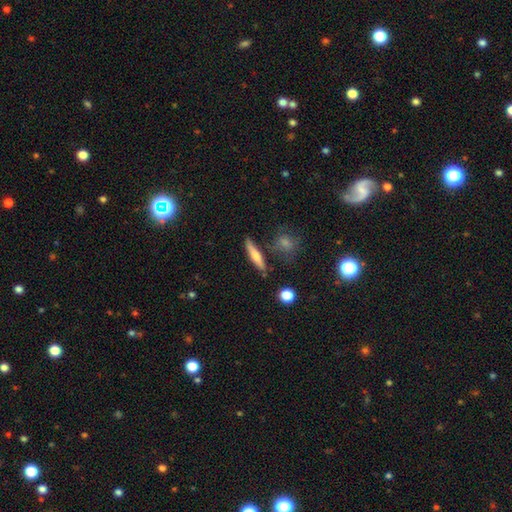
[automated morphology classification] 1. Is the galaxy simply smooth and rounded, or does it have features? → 65% smooth, 28% featured or disk, 7% star or artifact.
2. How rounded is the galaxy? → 83% cigar-shaped, 14% in between, 3% round.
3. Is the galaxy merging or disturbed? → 79% none, 12% minor disturbance, 6% merger, 3% major disturbance.